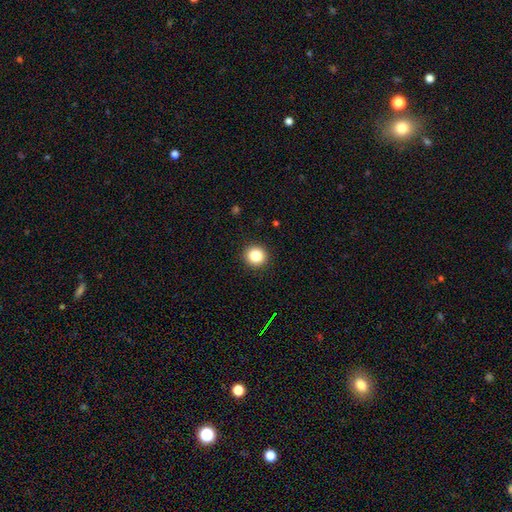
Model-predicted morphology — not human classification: Smooth or featured: smooth — 84% (star or artifact — 11%)
How rounded: round — 93% (in between — 6%)
Merging: none — 92% (minor disturbance — 5%)